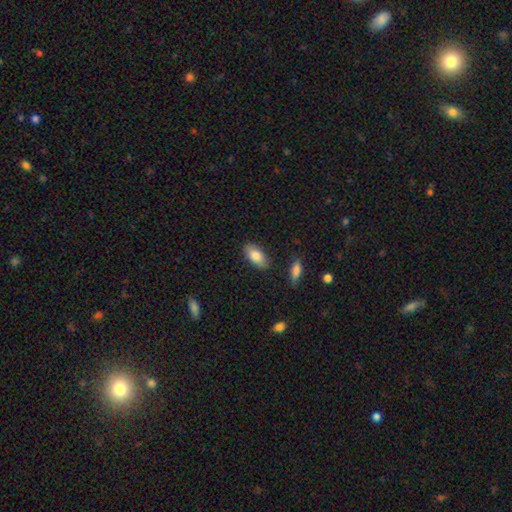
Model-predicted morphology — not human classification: Overall: smooth (83%). How rounded: in between (90%). Merging: none (85%).